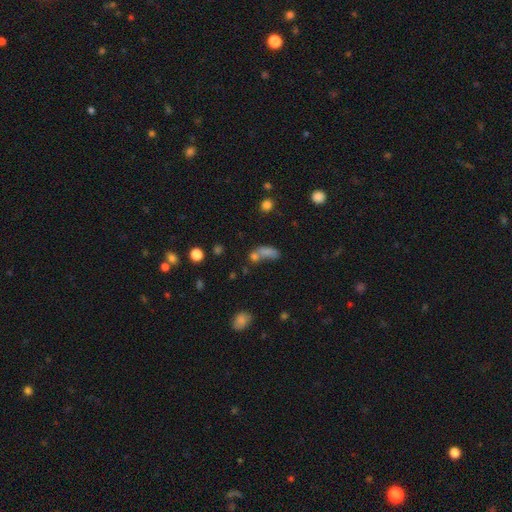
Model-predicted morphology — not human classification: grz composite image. It shows a smooth galaxy with no disk features (64%) that is in between round and cigar-shaped (59%). Merging: merger (47%).